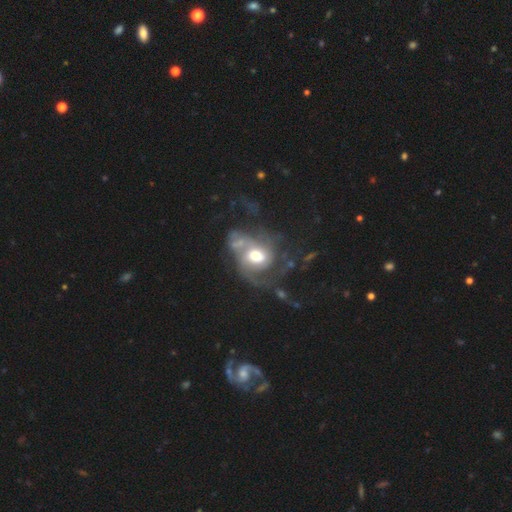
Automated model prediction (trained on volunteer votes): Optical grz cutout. It shows a featured or disk galaxy (70%) with no bar (69%), 2 (33%) medium (41%) spiral arms (76%) and a moderate central bulge (55%). Merging: major disturbance (42%).